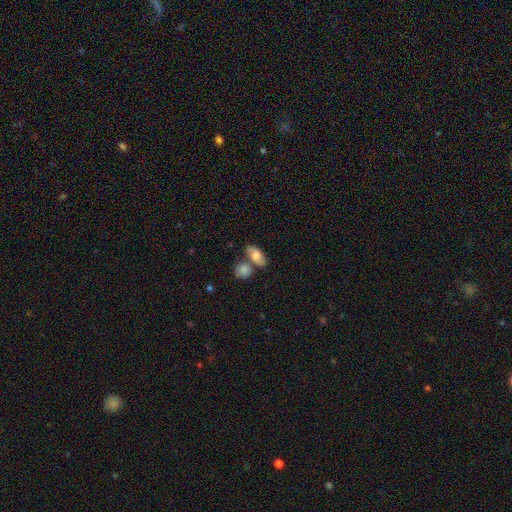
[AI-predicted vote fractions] Morphology: type=smooth (66%); roundness=in between (81%); merging=none (45%).